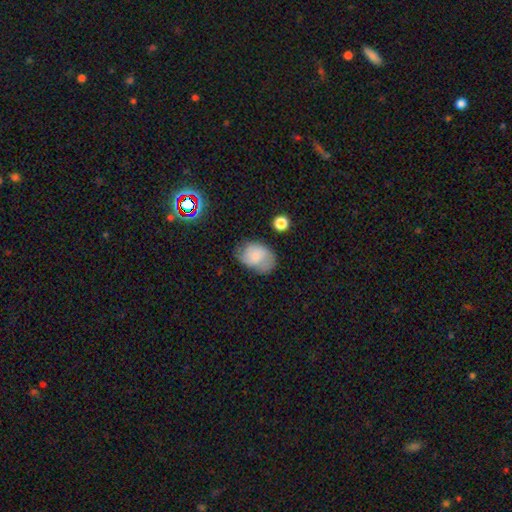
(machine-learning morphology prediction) The model was most divided on "merging": none: 53%, minor disturbance: 31%, major disturbance: 13%, merger: 3%. More confident: how rounded — in between (73%); smooth or featured — smooth (65%).